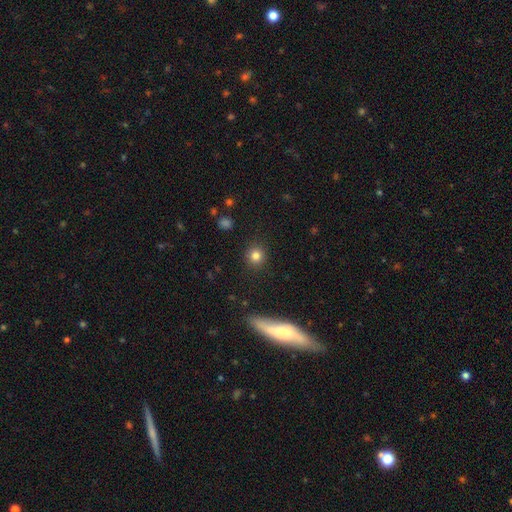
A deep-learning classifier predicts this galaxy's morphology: Smooth or featured? Predicted: smooth (p=0.81). How rounded? Predicted: round (p=0.91). Merging? Predicted: none (p=0.90).